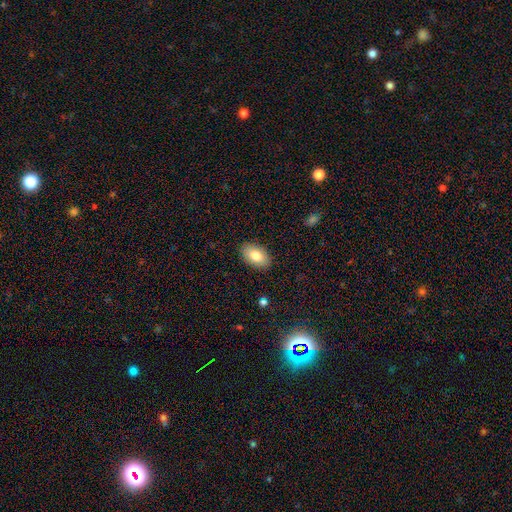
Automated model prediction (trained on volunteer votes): The model was most divided on "smooth or featured": smooth: 81%, featured or disk: 12%, star or artifact: 7%. More confident: how rounded — in between (93%); merging — none (89%).